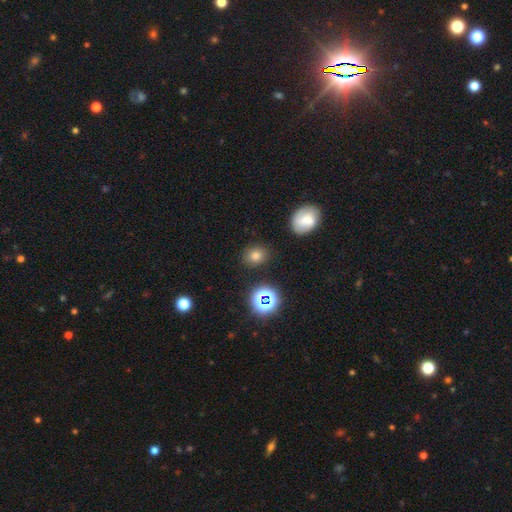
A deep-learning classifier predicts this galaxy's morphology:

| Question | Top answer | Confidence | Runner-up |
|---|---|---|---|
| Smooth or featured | smooth | 74% | star or artifact (18%) |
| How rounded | round | 56% | in between (43%) |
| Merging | none | 85% | minor disturbance (9%) |